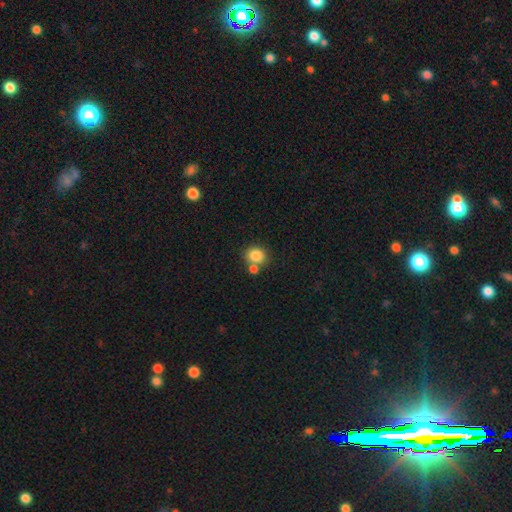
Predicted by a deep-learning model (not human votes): smooth 83%, star or artifact 10%, featured or disk 7%. Down the decision tree: how rounded — round (77%); merging — none (61%).